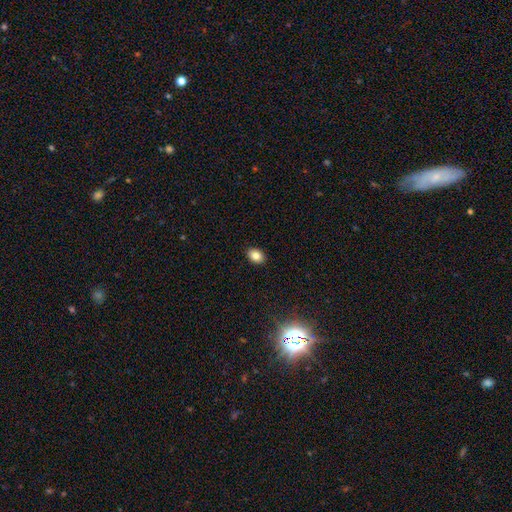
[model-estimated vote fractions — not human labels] The model was most divided on "how rounded": in between: 75%, round: 24%, cigar-shaped: 1%. More confident: merging — none (90%); smooth or featured — smooth (83%).